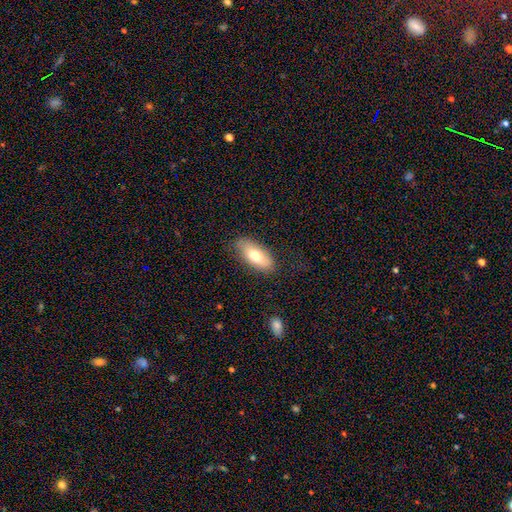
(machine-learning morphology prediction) Q: Smooth or featured?
A: smooth (71%); runner-up: featured or disk (22%)
Q: How rounded?
A: in between (85%); runner-up: cigar-shaped (12%)
Q: Merging?
A: none (80%); runner-up: minor disturbance (15%)